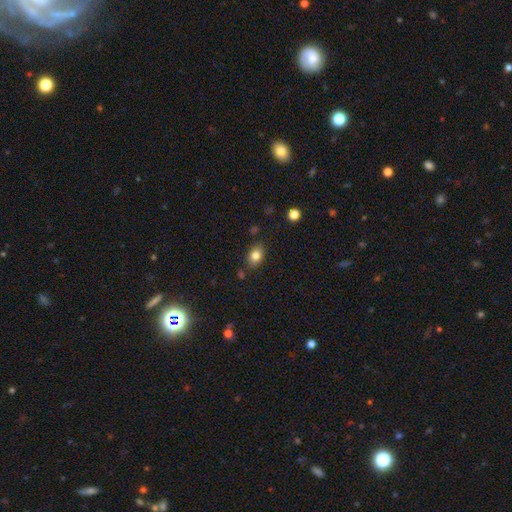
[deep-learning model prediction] The model was most divided on "how rounded": in between: 75%, round: 24%, cigar-shaped: 1%. More confident: smooth or featured — smooth (82%); merging — none (81%).